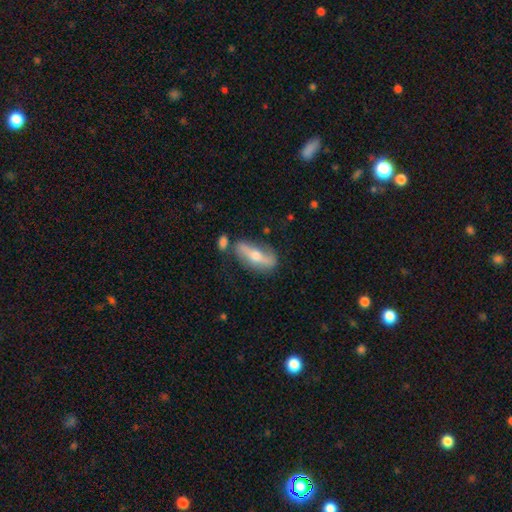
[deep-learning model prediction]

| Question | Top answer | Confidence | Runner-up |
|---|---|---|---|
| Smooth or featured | featured or disk | 62% | smooth (32%) |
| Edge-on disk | no | 51% | yes (49%) |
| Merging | none | 67% | minor disturbance (18%) |